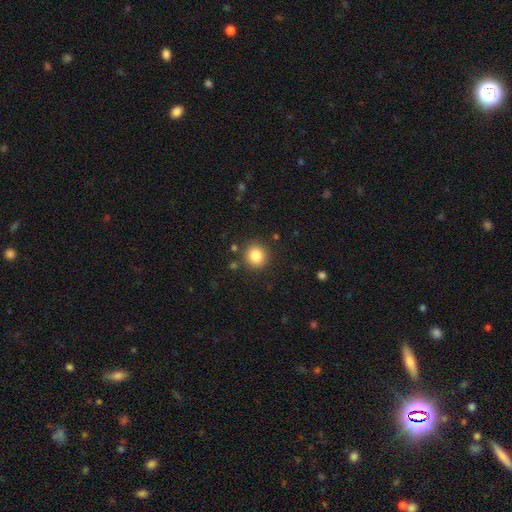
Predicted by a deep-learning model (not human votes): Smooth or featured? Predicted: smooth (p=0.84). How rounded? Predicted: round (p=0.91). Merging? Predicted: none (p=0.88).